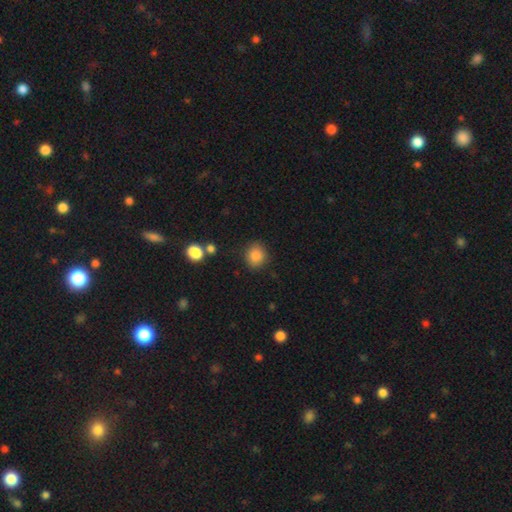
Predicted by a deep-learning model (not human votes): Smooth or featured?
  - smooth: 86% *
  - star or artifact: 10%
  - featured or disk: 4%
How rounded?
  - round: 78% *
  - in between: 21%
  - cigar-shaped: 1%
Merging?
  - none: 83% *
  - minor disturbance: 10%
  - major disturbance: 3%
  - merger: 3%